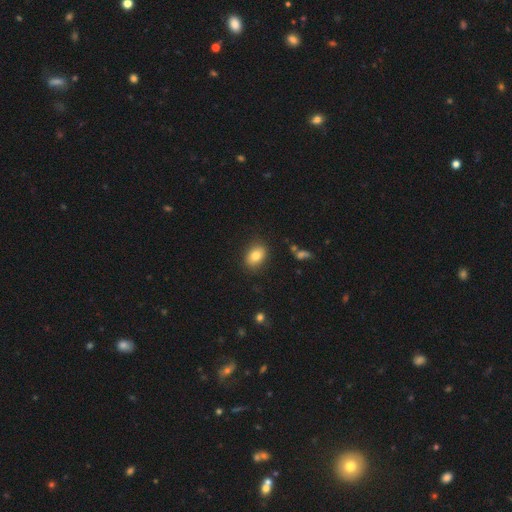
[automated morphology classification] The model was most divided on "how rounded": in between: 77%, round: 22%, cigar-shaped: 1%. More confident: merging — none (85%); smooth or featured — smooth (82%).